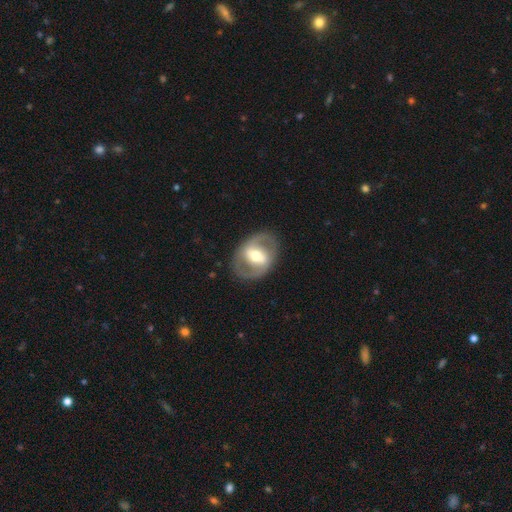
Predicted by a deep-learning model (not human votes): Morphology: type=featured or disk (74%); edge-on=no (95%); bar=strong (48%); spiral arms=yes (61%); bulge=moderate (65%); merging=none (83%).